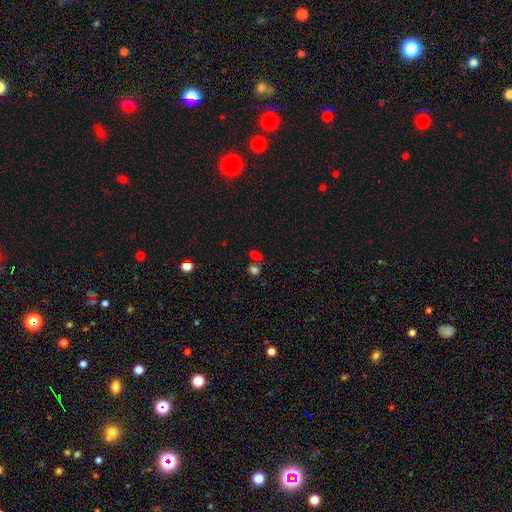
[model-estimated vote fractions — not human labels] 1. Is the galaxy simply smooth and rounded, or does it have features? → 64% smooth, 28% star or artifact, 8% featured or disk.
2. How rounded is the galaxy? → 69% in between, 28% round, 3% cigar-shaped.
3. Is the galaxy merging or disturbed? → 48% none, 34% merger, 11% minor disturbance, 7% major disturbance.